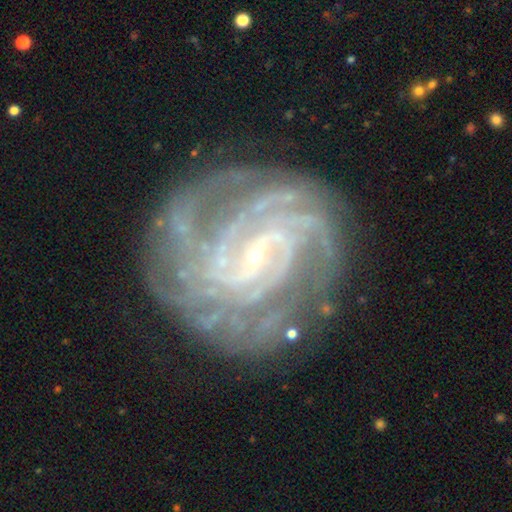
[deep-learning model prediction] This is clearly a featured or disk galaxy (91%). It is clearly not viewed edge-on (98%). Bar: possibly weak (45%). Spiral arm pattern: clearly yes (98%). Spiral arm count: marginally 4 (27%). Spiral winding: likely tight (62%). Central bulge: clearly small (86%). Merging: likely none (75%).